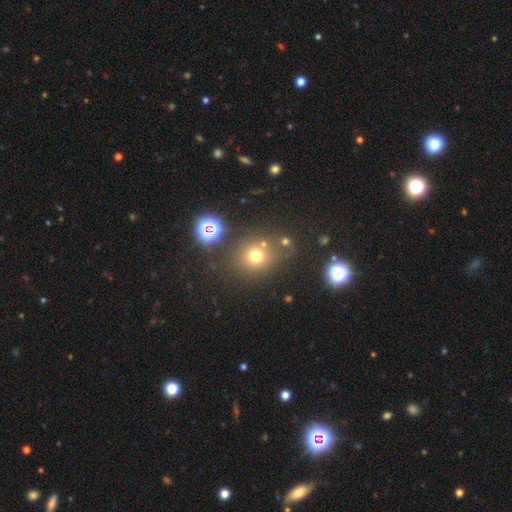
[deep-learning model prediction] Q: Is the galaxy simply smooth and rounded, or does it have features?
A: smooth — 68%.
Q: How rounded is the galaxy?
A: round — 84%.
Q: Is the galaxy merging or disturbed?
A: none — 73%.